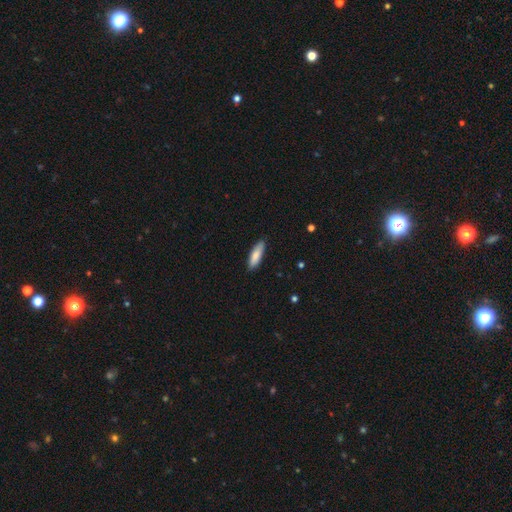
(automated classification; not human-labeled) The model was most divided on "how rounded" (2-way tie): cigar-shaped: 49%, in between: 49%, round: 1%. More confident: merging — none (86%); smooth or featured — smooth (84%).